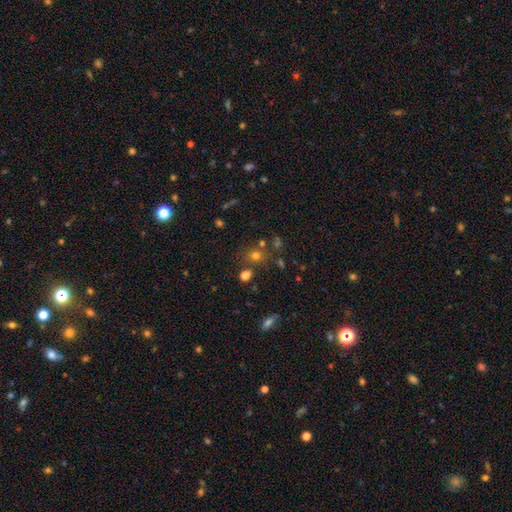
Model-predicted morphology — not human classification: Smooth or featured? smooth (68%)
How rounded? round (78%)
Merging? none (72%)